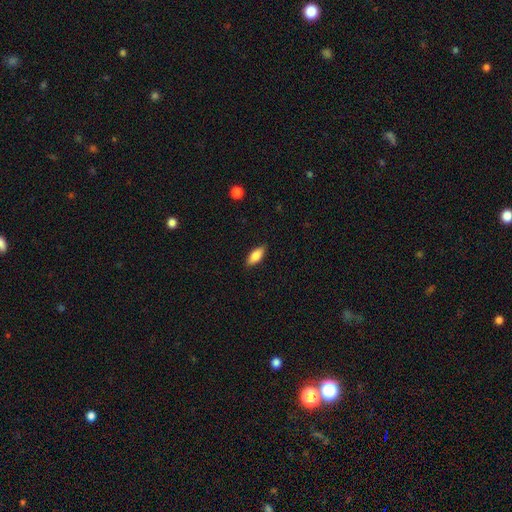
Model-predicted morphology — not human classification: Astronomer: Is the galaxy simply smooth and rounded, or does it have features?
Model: smooth — 81%.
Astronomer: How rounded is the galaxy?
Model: in between — 81%.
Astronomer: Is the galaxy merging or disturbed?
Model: none — 88%.